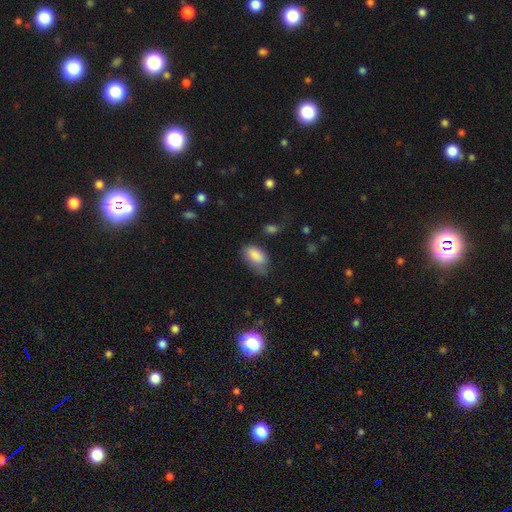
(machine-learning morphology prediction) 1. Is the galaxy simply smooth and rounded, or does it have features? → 85% smooth, 8% featured or disk, 7% star or artifact.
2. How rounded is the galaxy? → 93% in between, 4% round, 3% cigar-shaped.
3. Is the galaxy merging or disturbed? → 49% none, 34% minor disturbance, 14% major disturbance, 3% merger.